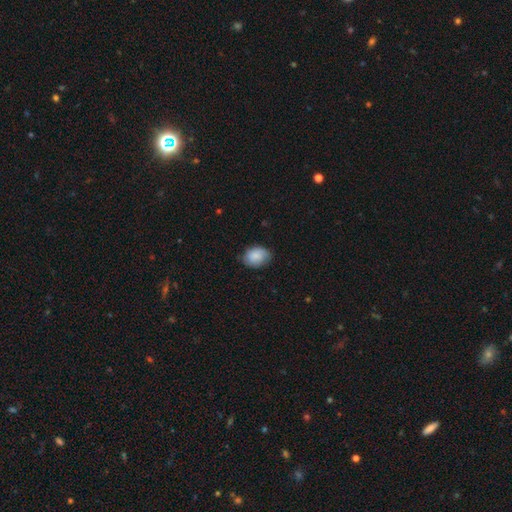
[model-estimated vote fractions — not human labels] smooth_or_featured: smooth (p=0.84) [alt: featured or disk p=0.09]
how_rounded: in between (p=0.68) [alt: round p=0.31]
merging: none (p=0.73) [alt: minor disturbance p=0.22]